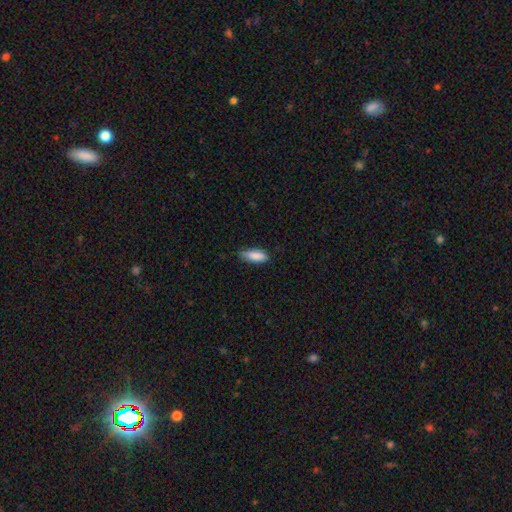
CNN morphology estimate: Smooth or featured? Predicted: smooth (p=0.88). How rounded? Predicted: in between (p=0.71). Merging? Predicted: none (p=0.73).